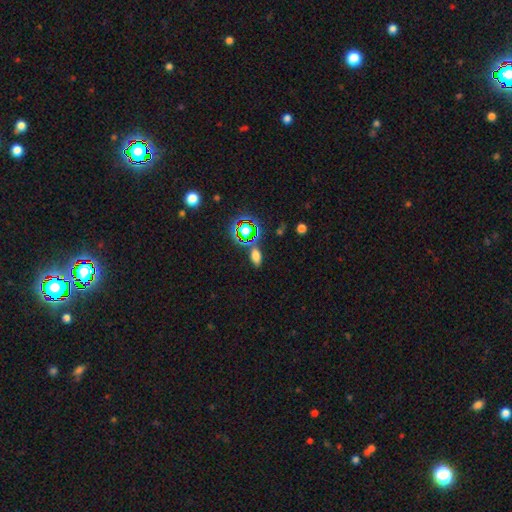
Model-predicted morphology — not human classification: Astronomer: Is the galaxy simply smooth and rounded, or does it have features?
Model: smooth — 65%.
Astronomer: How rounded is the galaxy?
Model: in between — 83%.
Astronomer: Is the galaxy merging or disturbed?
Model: none — 79%.